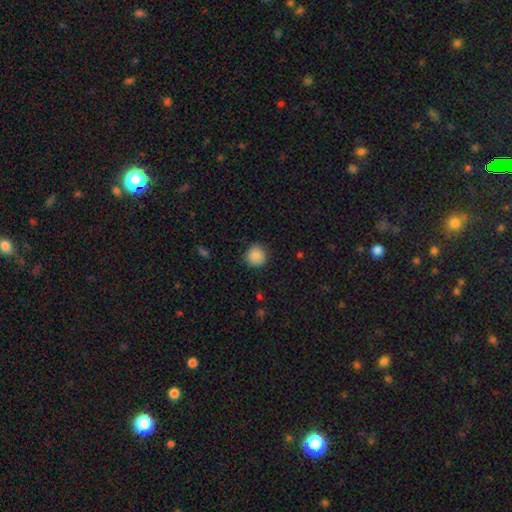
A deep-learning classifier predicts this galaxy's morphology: type=smooth (87%); roundness=round (90%); merging=none (82%).